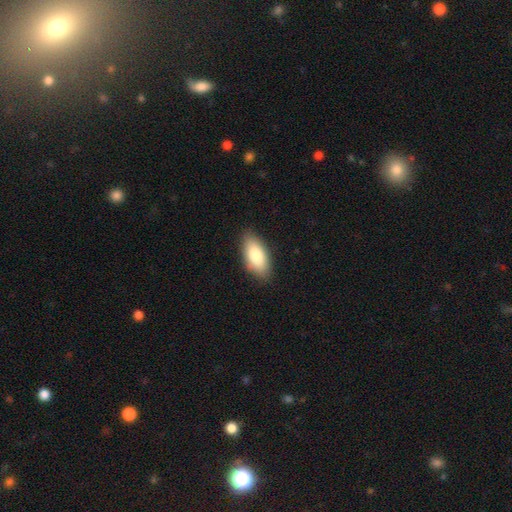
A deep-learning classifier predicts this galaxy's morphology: Smooth or featured: smooth — 82% (featured or disk — 12%)
How rounded: in between — 89% (cigar-shaped — 9%)
Merging: none — 85% (minor disturbance — 11%)